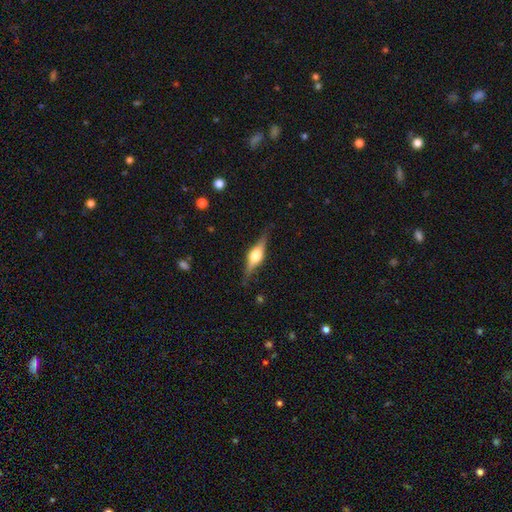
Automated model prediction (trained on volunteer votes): smooth-or-featured: featured or disk: 72% | smooth: 21% | star or artifact: 6%
  disk-edge-on: yes: 96% | no: 4%
    edge-on-bulge: rounded: 90% | boxy: 9% | none: 1%
  merging: none: 83% | minor disturbance: 12% | major disturbance: 3% | merger: 1%